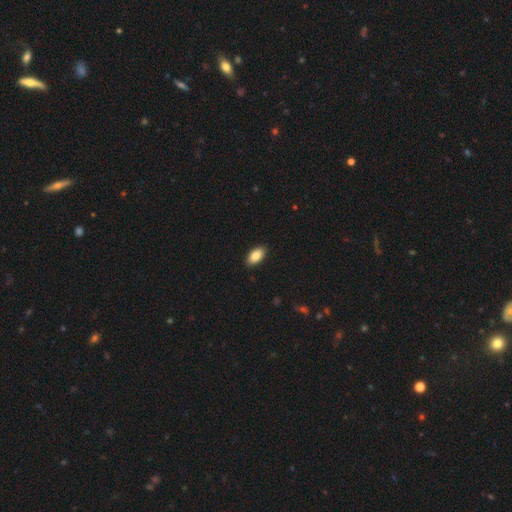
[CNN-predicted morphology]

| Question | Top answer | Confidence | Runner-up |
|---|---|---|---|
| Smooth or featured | smooth | 87% | star or artifact (7%) |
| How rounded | in between | 94% | cigar-shaped (3%) |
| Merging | none | 90% | minor disturbance (8%) |